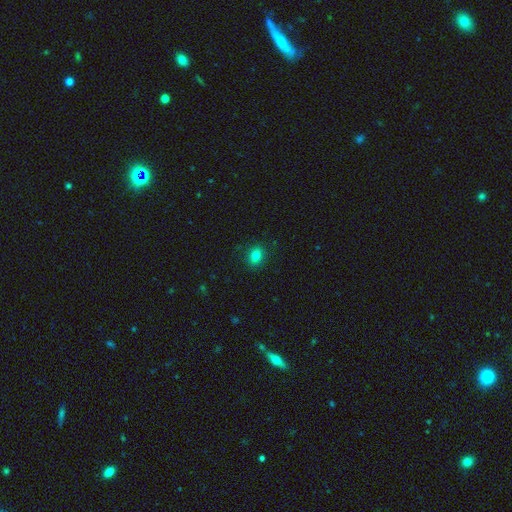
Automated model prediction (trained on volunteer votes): The model was most divided on "how rounded": in between: 64%, round: 35%, cigar-shaped: 2%. More confident: merging — none (88%); smooth or featured — smooth (82%).